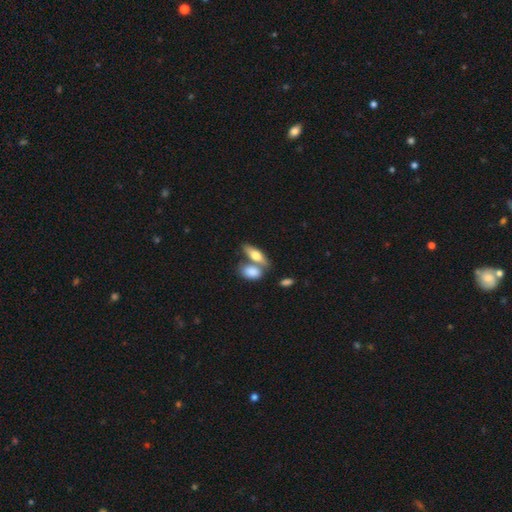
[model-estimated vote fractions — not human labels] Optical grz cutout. It shows a smooth galaxy with no disk features (67%) that is in between round and cigar-shaped (74%). Merging: none (44%).